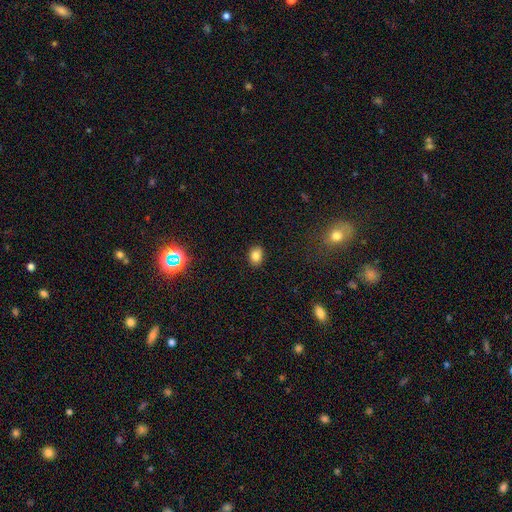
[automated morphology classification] Smooth or featured? Predicted: smooth (p=0.82). How rounded? Predicted: in between (p=0.62). Merging? Predicted: none (p=0.88).